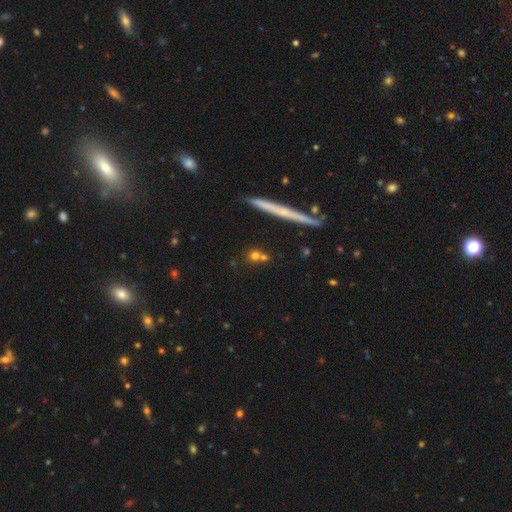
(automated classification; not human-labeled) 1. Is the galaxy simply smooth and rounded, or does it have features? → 64% smooth, 21% featured or disk, 15% star or artifact.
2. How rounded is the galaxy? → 74% round, 15% cigar-shaped, 11% in between.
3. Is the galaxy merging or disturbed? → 62% none, 26% merger, 9% minor disturbance, 3% major disturbance.